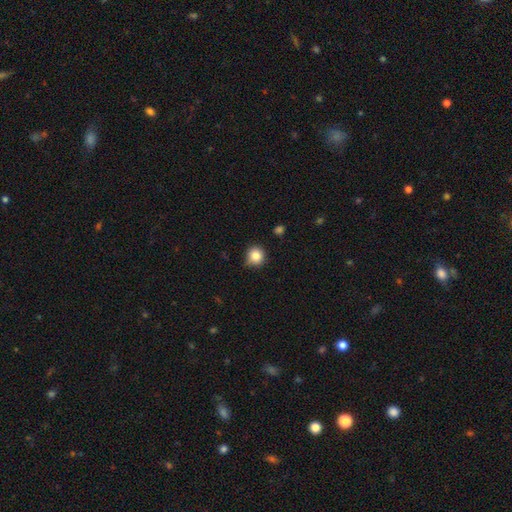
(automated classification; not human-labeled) smooth-or-featured: smooth: 84% | star or artifact: 11% | featured or disk: 5%
  how-rounded: round: 93% | in between: 6% | cigar-shaped: 1%
  merging: none: 78% | minor disturbance: 17% | major disturbance: 3% | merger: 2%